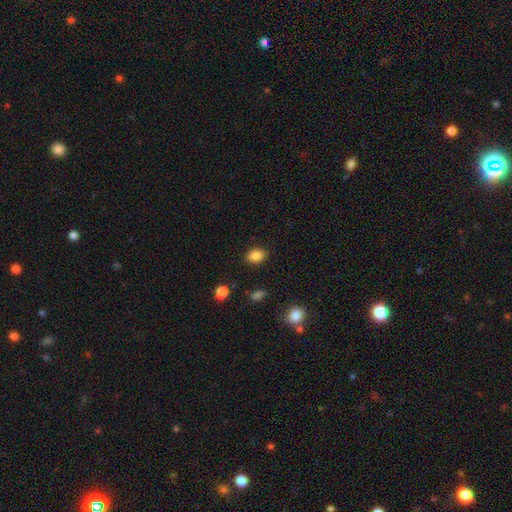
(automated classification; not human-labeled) Smooth or featured? smooth (85%)
How rounded? in between (71%)
Merging? none (87%)